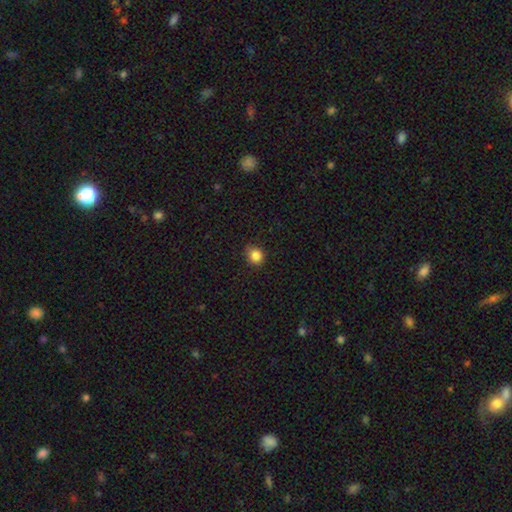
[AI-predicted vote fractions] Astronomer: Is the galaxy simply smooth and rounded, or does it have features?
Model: smooth — 85%.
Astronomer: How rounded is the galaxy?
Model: round — 79%.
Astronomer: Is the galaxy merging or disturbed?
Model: none — 83%.